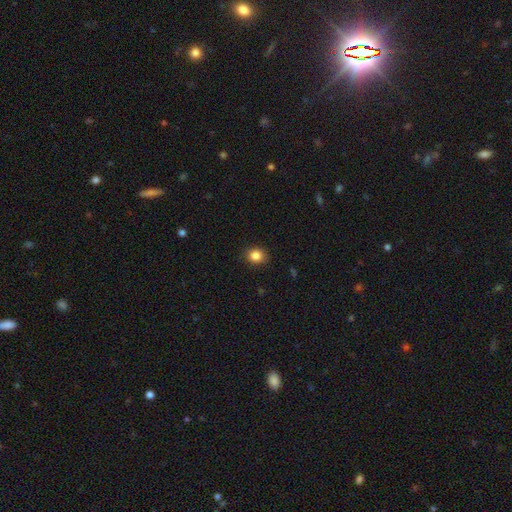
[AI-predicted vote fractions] Smooth or featured?
  - smooth: 85% *
  - star or artifact: 10%
  - featured or disk: 5%
How rounded?
  - round: 70% *
  - in between: 29%
  - cigar-shaped: 1%
Merging?
  - none: 88% *
  - minor disturbance: 8%
  - major disturbance: 2%
  - merger: 1%